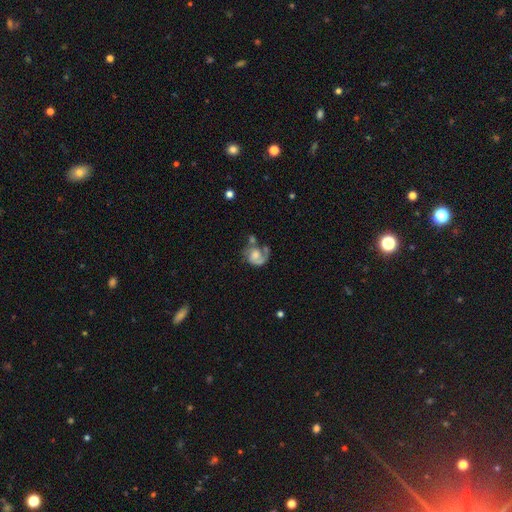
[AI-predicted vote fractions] Overall: featured or disk (68%). Edge-on disk: no (98%). Bar: no (70%). Spiral arms: yes (88%). Spiral arm count: 1 (59%; 2 31%). Spiral winding: medium (41%; tight 30%). Bulge size: moderate (43%; small 22%). Merging: none (38%; major disturbance 27%).